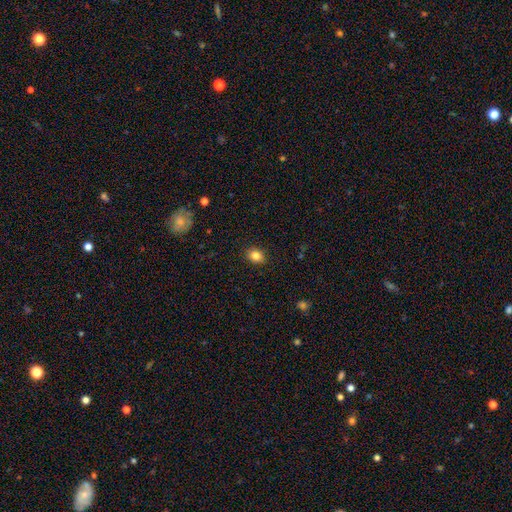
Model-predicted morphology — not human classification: A smooth galaxy with no disk features (84%) that is in between round and cigar-shaped (53%). Merging: none (90%).